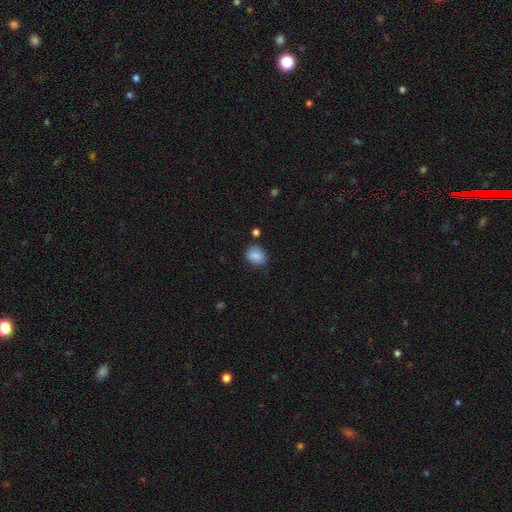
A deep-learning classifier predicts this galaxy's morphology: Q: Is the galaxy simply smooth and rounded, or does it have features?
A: smooth — 85%.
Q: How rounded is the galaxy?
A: round — 57%.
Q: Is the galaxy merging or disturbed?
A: none — 76%.